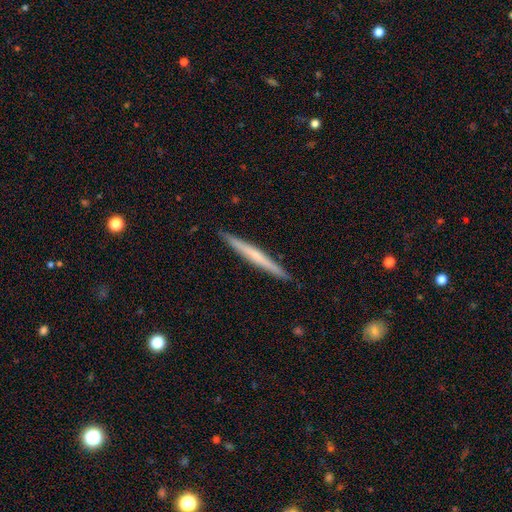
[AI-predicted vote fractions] This appears to be a featured or disk galaxy (51%) viewed edge-on (98%). Merging: none (92%).